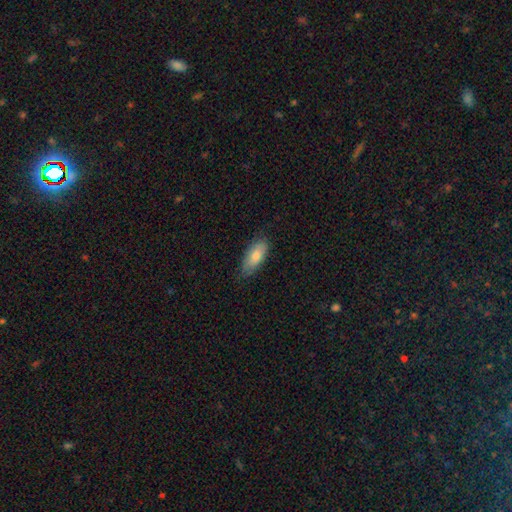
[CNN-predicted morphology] smooth 77%, featured or disk 17%, star or artifact 6%. Down the decision tree: how rounded — in between (80%); merging — none (78%).